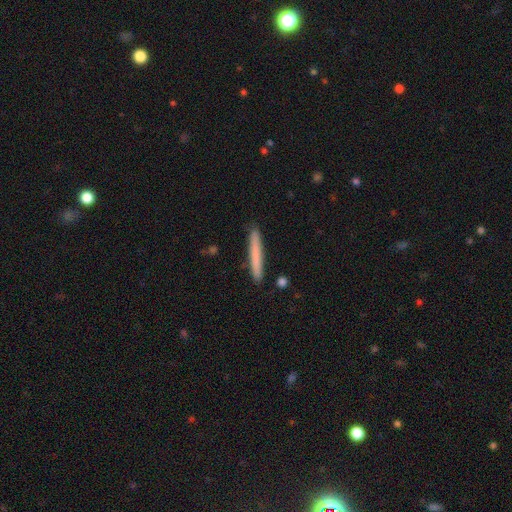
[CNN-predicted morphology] smooth 74%, featured or disk 21%, star or artifact 6%. Down the decision tree: how rounded — cigar-shaped (97%); merging — none (91%).